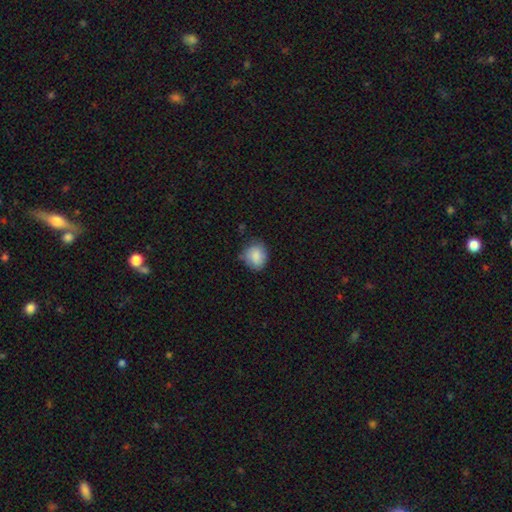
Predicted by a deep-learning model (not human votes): Smooth or featured?
  - smooth: 84% *
  - featured or disk: 9%
  - star or artifact: 7%
How rounded?
  - round: 75% *
  - in between: 25%
  - cigar-shaped: 1%
Merging?
  - none: 71% *
  - minor disturbance: 23%
  - major disturbance: 4%
  - merger: 1%